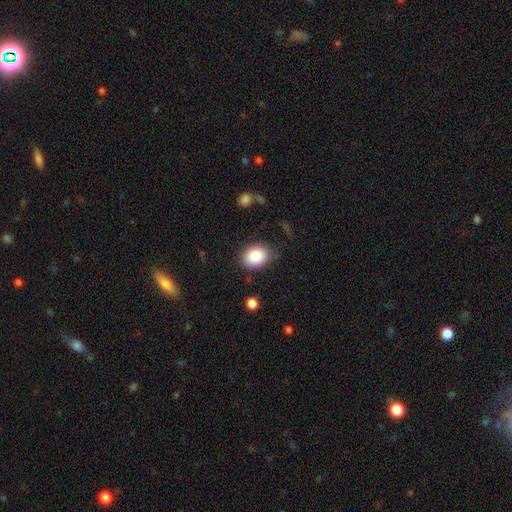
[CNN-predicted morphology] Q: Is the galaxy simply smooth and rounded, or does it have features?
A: smooth — 87%.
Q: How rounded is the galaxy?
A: in between — 61%.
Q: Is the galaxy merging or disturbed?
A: none — 78%.